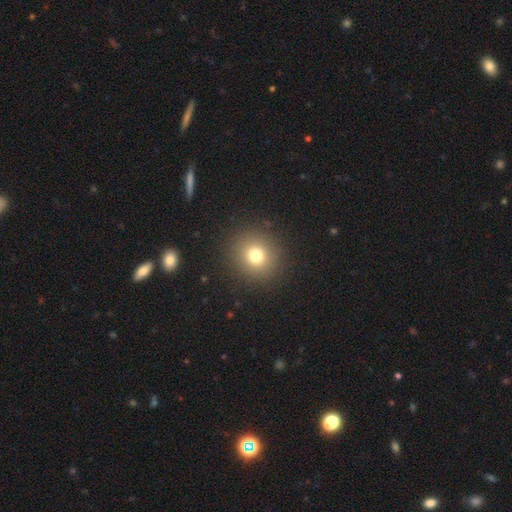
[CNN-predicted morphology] Q: Smooth or featured?
A: smooth (76%); runner-up: star or artifact (15%)
Q: How rounded?
A: round (90%); runner-up: in between (9%)
Q: Merging?
A: none (90%); runner-up: minor disturbance (6%)